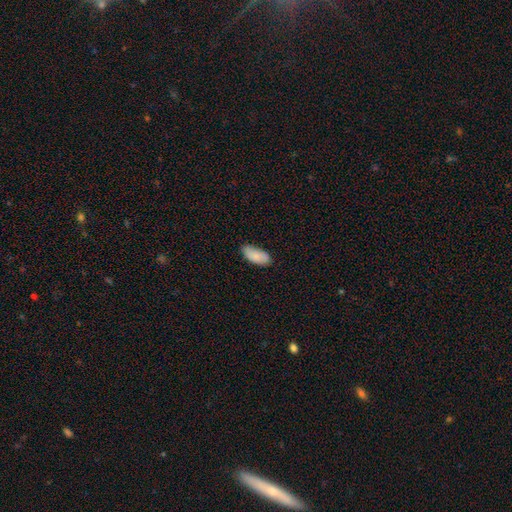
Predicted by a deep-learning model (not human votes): smooth-or-featured: smooth: 86% | featured or disk: 8% | star or artifact: 6%
  how-rounded: in between: 90% | cigar-shaped: 8% | round: 2%
  merging: none: 75% | minor disturbance: 21% | major disturbance: 3% | merger: 1%